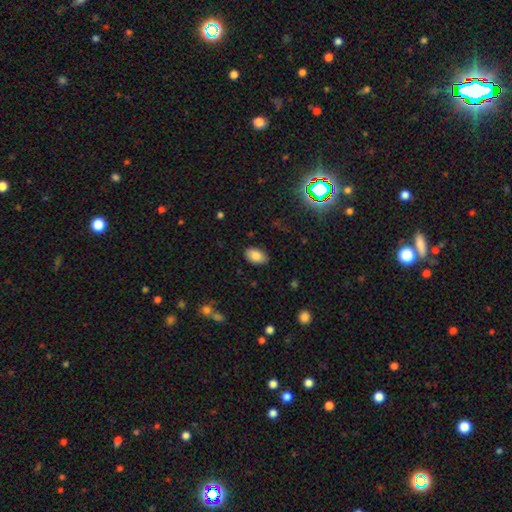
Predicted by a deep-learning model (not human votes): The model was most divided on "merging": none: 85%, minor disturbance: 11%, major disturbance: 2%, merger: 1%. More confident: how rounded — in between (90%); smooth or featured — smooth (84%).